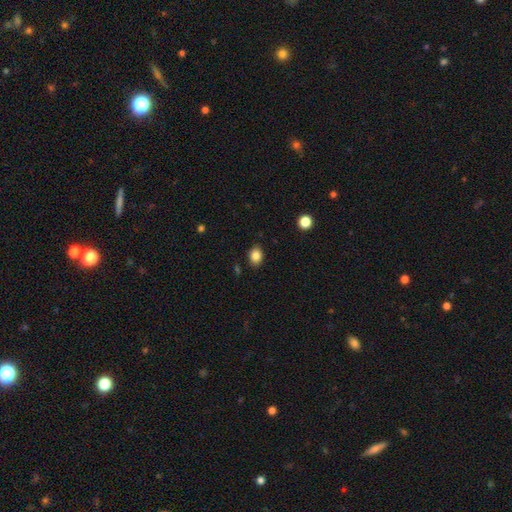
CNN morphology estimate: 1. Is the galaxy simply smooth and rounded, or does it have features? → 85% smooth, 10% star or artifact, 6% featured or disk.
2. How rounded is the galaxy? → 65% in between, 34% round, 1% cigar-shaped.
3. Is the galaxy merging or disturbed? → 87% none, 10% minor disturbance, 2% major disturbance, 1% merger.